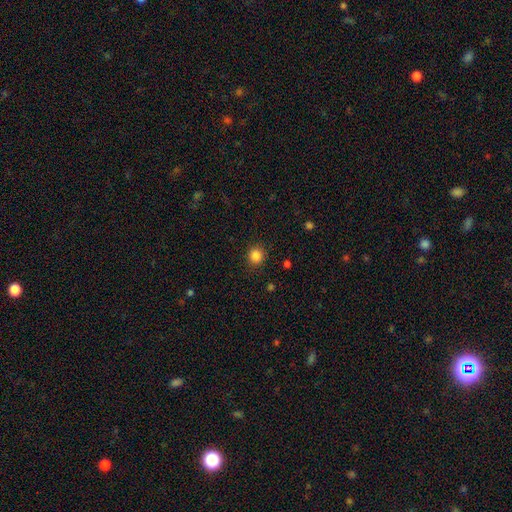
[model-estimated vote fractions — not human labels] The model was most divided on "smooth or featured": smooth: 85%, star or artifact: 11%, featured or disk: 4%. More confident: merging — none (90%); how rounded — round (89%).